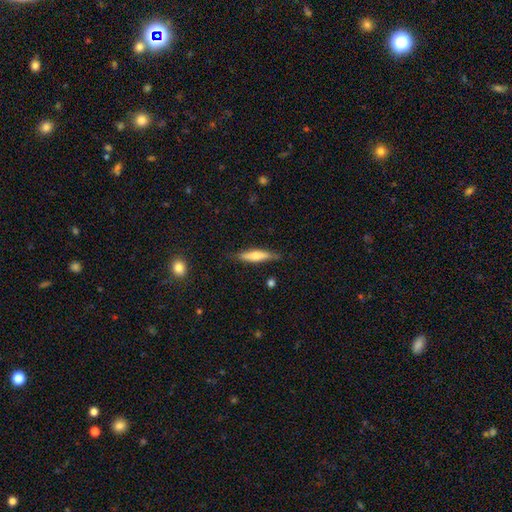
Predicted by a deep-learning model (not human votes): Overall: smooth (58%; featured or disk 36%). How rounded: cigar-shaped (80%). Merging: none (81%).